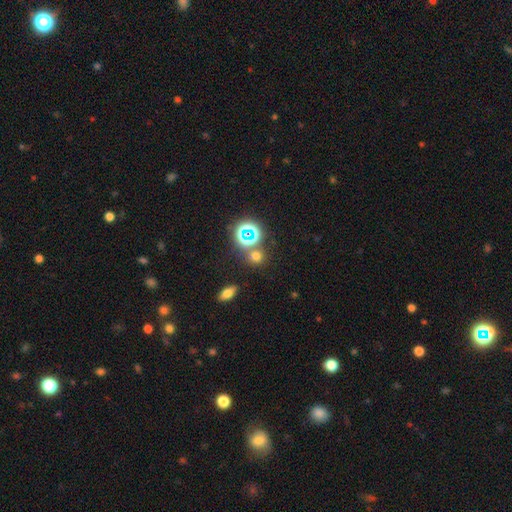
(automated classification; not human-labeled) Overall: smooth (58%; star or artifact 35%). How rounded: round (84%). Merging: none (74%).